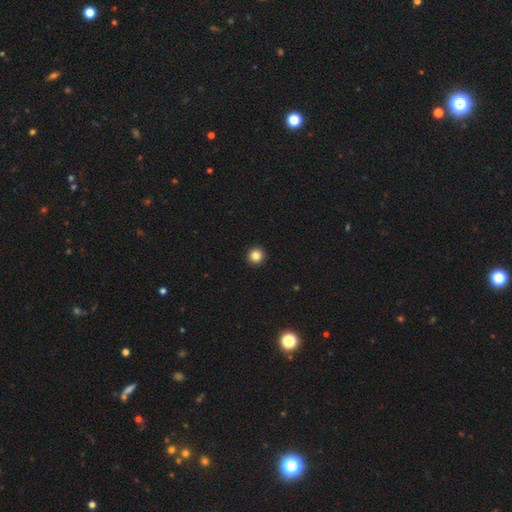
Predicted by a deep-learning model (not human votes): Overall: smooth (84%). How rounded: round (96%). Merging: none (94%).